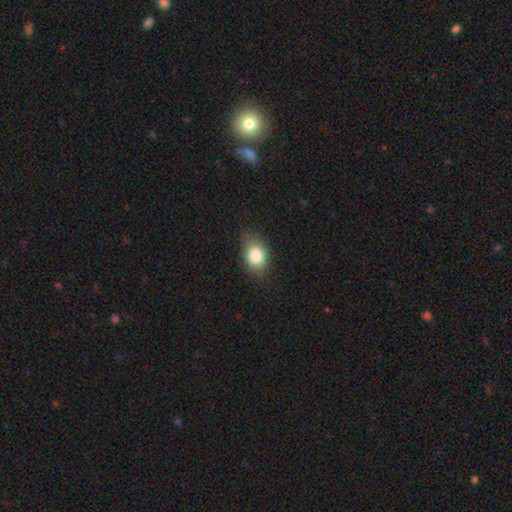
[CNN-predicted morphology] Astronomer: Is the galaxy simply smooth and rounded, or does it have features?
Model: smooth — 83%.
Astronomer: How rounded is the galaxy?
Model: in between — 76%.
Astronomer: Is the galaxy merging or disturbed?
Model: none — 75%.